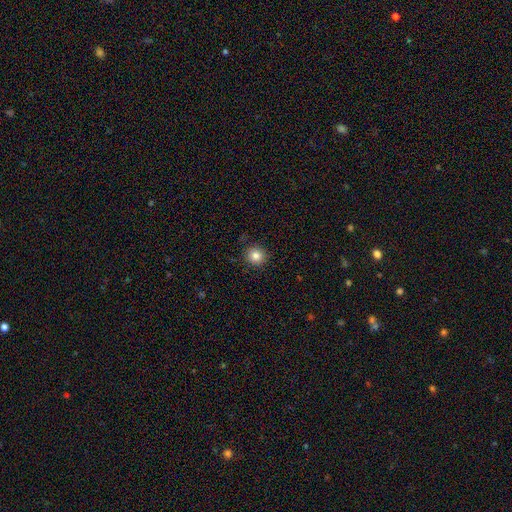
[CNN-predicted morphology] Overall: smooth (83%). How rounded: round (93%). Merging: none (90%).